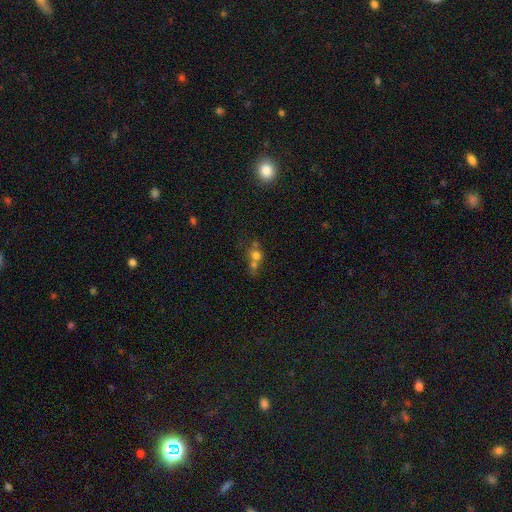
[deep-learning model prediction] Smooth or featured? Predicted: smooth (p=0.65). How rounded? Predicted: round (p=0.79). Merging? Predicted: merger (p=0.59).